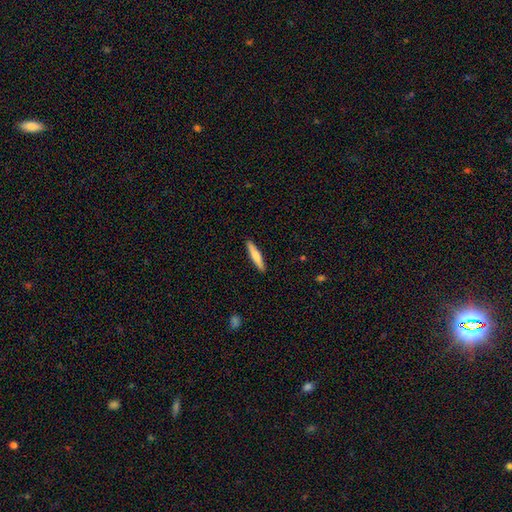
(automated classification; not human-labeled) Smooth or featured: smooth — 65% (featured or disk — 30%)
How rounded: cigar-shaped — 89% (in between — 10%)
Merging: none — 91% (minor disturbance — 6%)